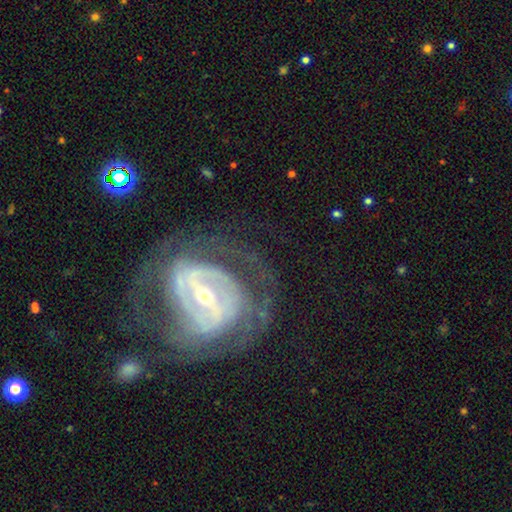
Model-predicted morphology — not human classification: featured or disk 86%, smooth 7%, star or artifact 7%. Down the decision tree: edge-on disk — no (95%); bar — strong (60%); spiral arms — yes (85%); spiral arm count — 2 (35%, tied with can't tell); spiral winding — tight (57%); bulge size — small (59%); merging — none (62%).